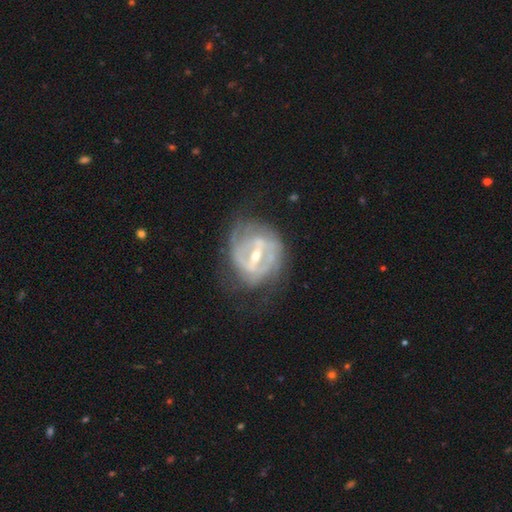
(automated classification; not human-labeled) A featured or disk galaxy (84%) with a strong bar (62%), 2 (43%) tight (54%) spiral arms (74%) and a moderate central bulge (54%). Merging: none (62%).